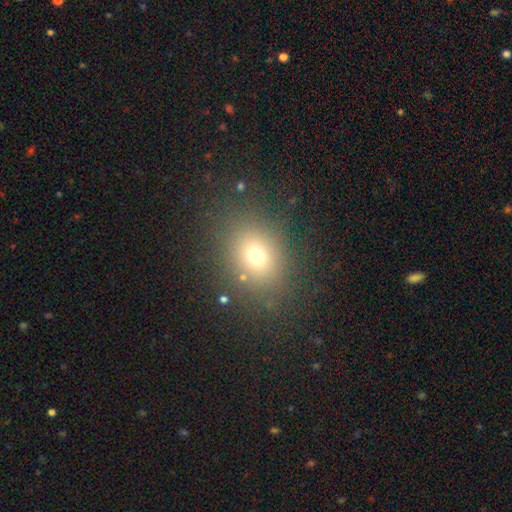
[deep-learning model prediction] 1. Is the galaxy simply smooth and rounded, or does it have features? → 71% smooth, 18% star or artifact, 12% featured or disk.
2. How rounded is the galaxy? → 50% round, 49% in between, 1% cigar-shaped.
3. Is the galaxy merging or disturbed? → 82% none, 10% minor disturbance, 6% major disturbance, 2% merger.